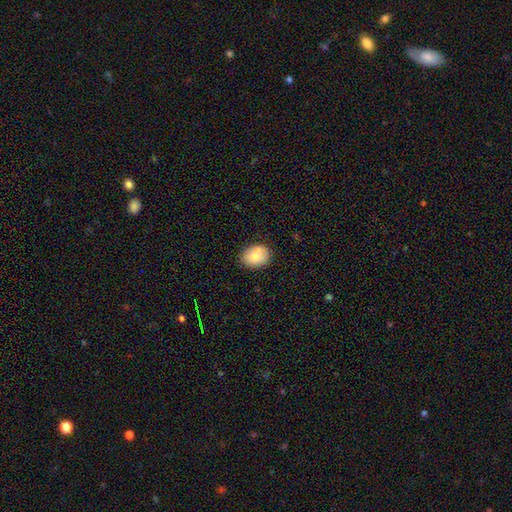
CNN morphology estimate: Smooth or featured: smooth — 81% (featured or disk — 11%)
How rounded: in between — 66% (round — 33%)
Merging: none — 77% (minor disturbance — 16%)